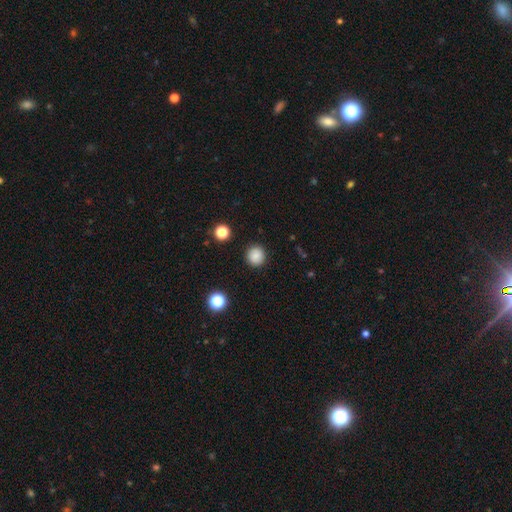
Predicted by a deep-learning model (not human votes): Smooth or featured? Predicted: smooth (p=0.85). How rounded? Predicted: round (p=0.91). Merging? Predicted: none (p=0.91).